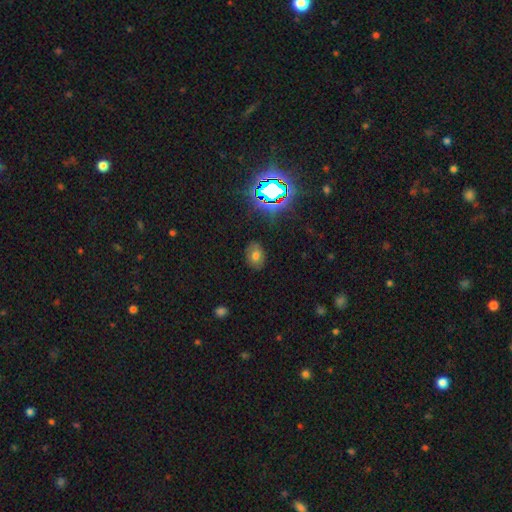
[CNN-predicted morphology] smooth_or_featured: smooth (p=0.65) [alt: star or artifact p=0.21]
how_rounded: in between (p=0.72) [alt: round p=0.26]
merging: none (p=0.83) [alt: minor disturbance p=0.12]